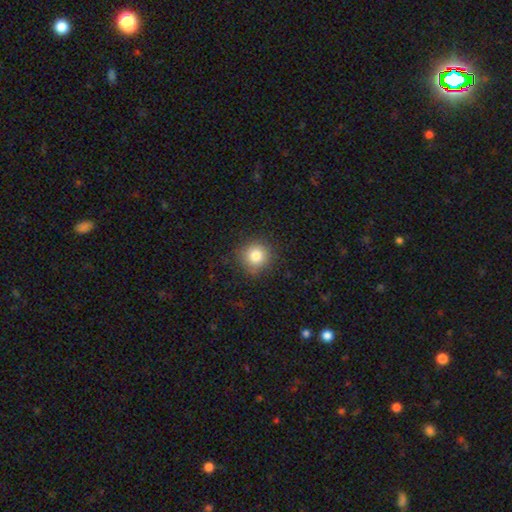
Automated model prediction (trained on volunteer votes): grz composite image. It shows a smooth galaxy with no disk features (81%) that is round (92%). Merging: none (86%).